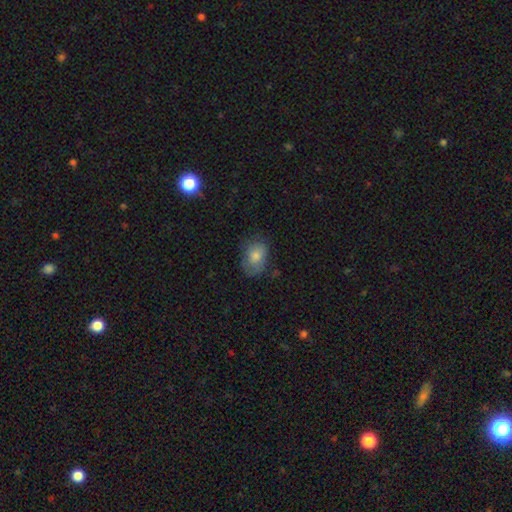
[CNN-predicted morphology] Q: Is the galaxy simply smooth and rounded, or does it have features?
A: smooth — 70%.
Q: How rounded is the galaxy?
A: in between — 76%.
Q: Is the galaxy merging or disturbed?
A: none — 64%.